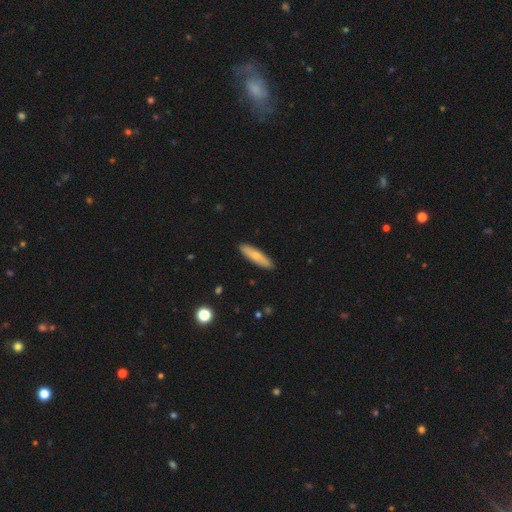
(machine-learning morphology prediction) A smooth galaxy with no disk features (63%) that is cigar-shaped (72%). Merging: none (90%).